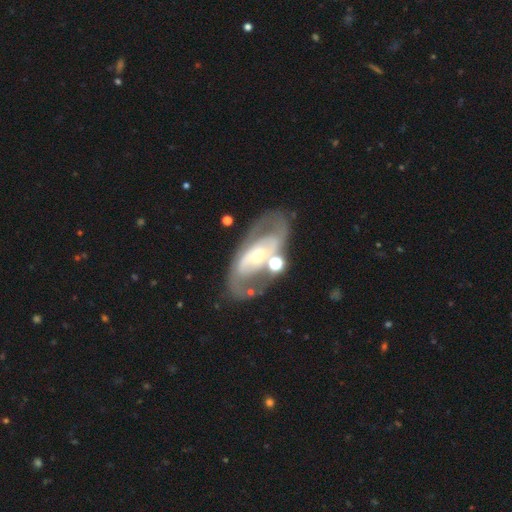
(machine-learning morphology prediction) A featured or disk galaxy (81%) with no bar (42%), 2 (75%) medium (44%) spiral arms (76%) and a small central bulge (57%). Merging: none (60%).